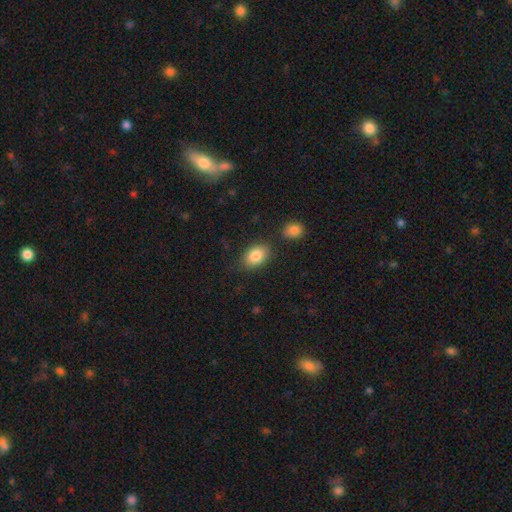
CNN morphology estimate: The model was most divided on "how rounded": in between: 82%, round: 17%, cigar-shaped: 1%. More confident: smooth or featured — smooth (84%); merging — none (78%).